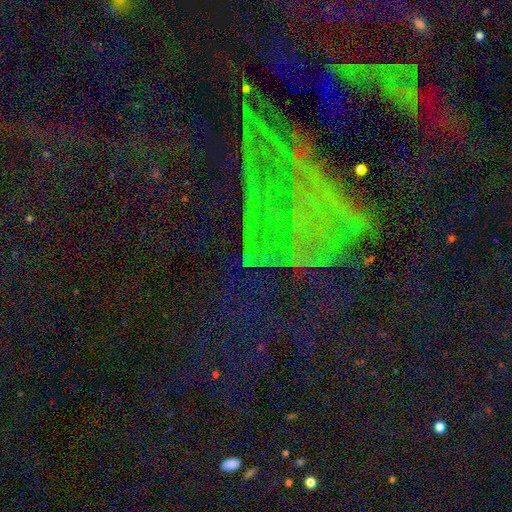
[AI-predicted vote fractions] smooth-or-featured: star or artifact: 77% | featured or disk: 13% | smooth: 10%